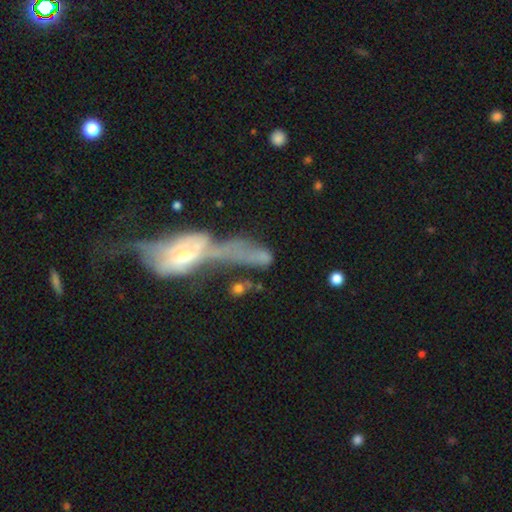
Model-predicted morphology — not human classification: Overall: smooth (45%; featured or disk 41%). Merging: merger (48%; major disturbance 25%).